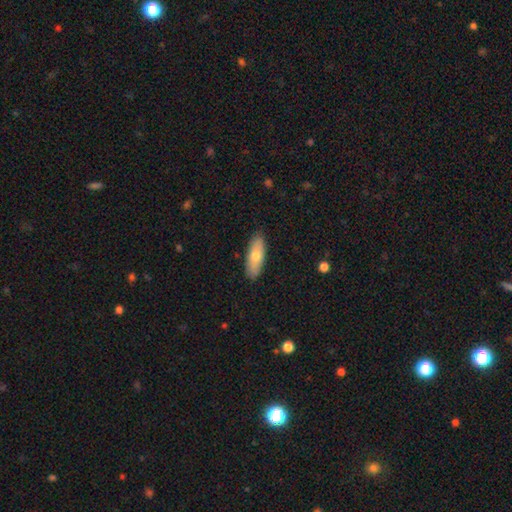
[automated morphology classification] Overall: smooth (69%). How rounded: in between (67%; cigar-shaped 31%). Merging: none (89%).